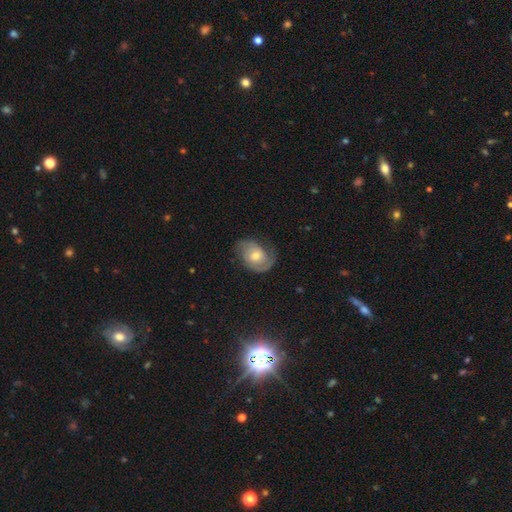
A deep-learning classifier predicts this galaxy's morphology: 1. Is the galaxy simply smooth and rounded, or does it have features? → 71% featured or disk, 23% smooth, 7% star or artifact.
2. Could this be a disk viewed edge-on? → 97% no, 3% yes.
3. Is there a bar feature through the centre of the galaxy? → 63% no, 31% weak, 6% strong.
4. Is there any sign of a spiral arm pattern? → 90% yes, 10% no.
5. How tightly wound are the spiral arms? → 42% medium, 37% tight, 21% loose.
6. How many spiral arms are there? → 78% 2, 10% can't tell, 8% 1, 2% 3, 1% 4, 1% more than 4.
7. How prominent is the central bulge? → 65% moderate, 29% small, 4% large, 1% none, 1% dominant.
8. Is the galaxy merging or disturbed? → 65% none, 22% minor disturbance, 11% major disturbance, 1% merger.